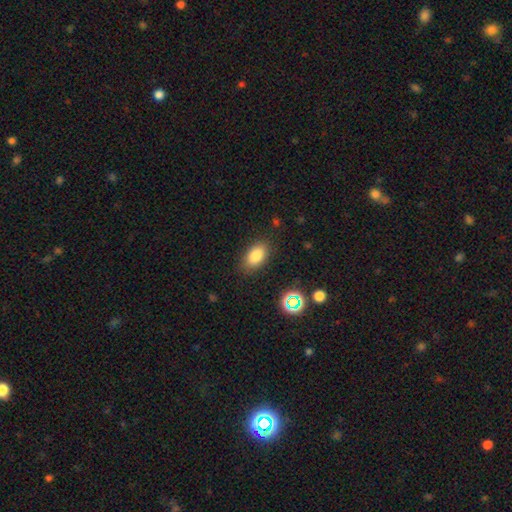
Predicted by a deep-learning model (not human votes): Smooth or featured?
  - smooth: 83% *
  - star or artifact: 10%
  - featured or disk: 7%
How rounded?
  - in between: 90% *
  - round: 8%
  - cigar-shaped: 2%
Merging?
  - none: 84% *
  - minor disturbance: 11%
  - major disturbance: 3%
  - merger: 1%